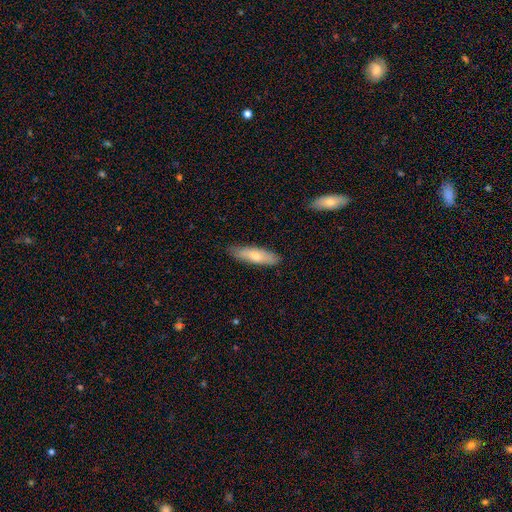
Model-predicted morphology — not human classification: type=smooth (71%); roundness=cigar-shaped (62%); merging=none (84%).